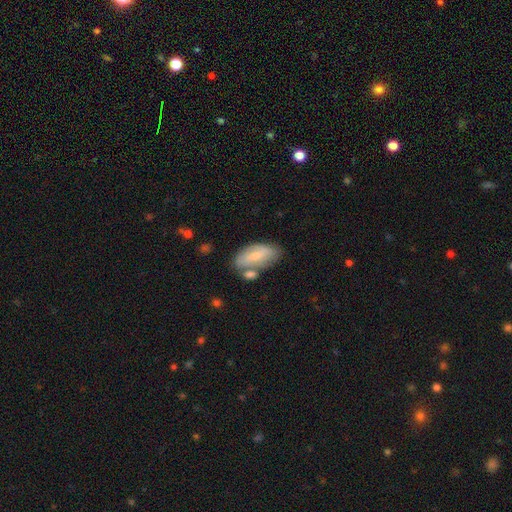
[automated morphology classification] smooth_or_featured: smooth (p=0.54) [alt: featured or disk p=0.40]
how_rounded: in between (p=0.88) [alt: cigar-shaped p=0.08]
merging: none (p=0.54) [alt: merger p=0.20]